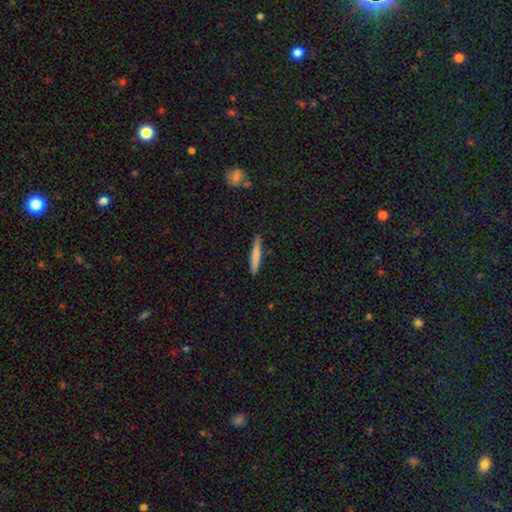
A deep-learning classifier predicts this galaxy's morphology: A smooth galaxy with no disk features (76%) that is cigar-shaped (94%). Merging: none (88%).